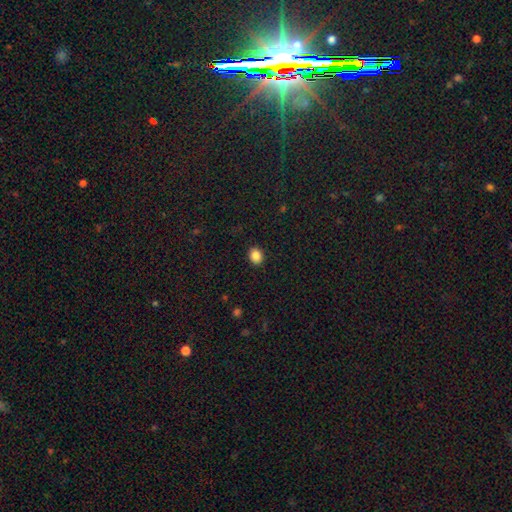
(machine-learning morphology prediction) Overall: smooth (86%). How rounded: round (55%; in between 44%). Merging: none (90%).